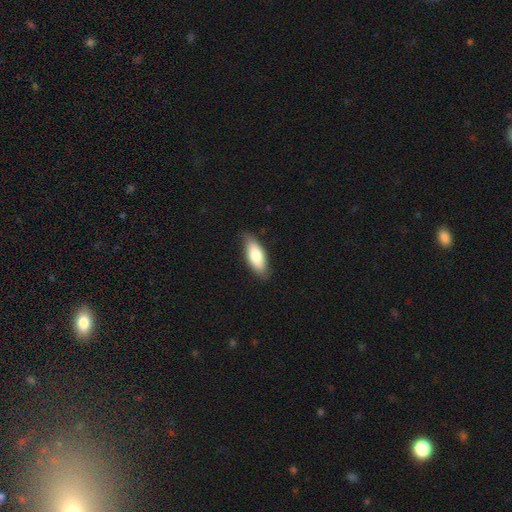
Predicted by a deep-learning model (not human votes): Smooth or featured? smooth (77%)
How rounded? in between (79%)
Merging? none (83%)